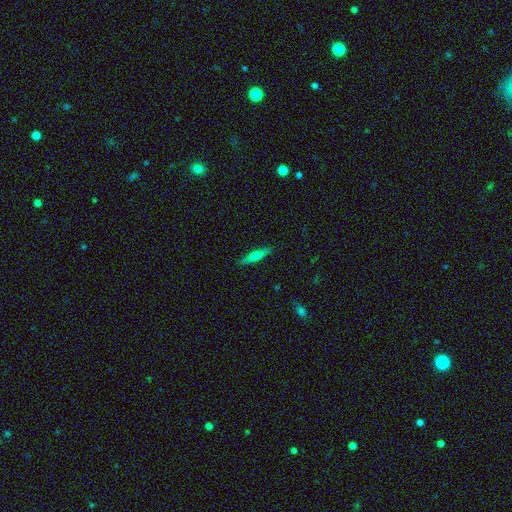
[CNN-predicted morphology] Smooth or featured? Predicted: smooth (p=0.51). How rounded? Predicted: cigar-shaped (p=0.83). Merging? Predicted: none (p=0.89).